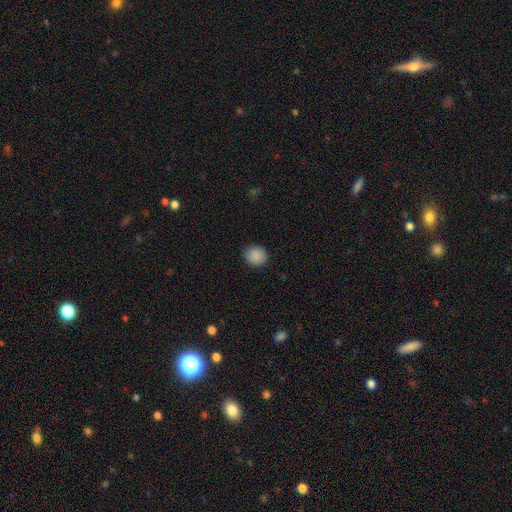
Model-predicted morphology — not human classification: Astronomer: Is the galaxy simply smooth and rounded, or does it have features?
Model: smooth — 89%.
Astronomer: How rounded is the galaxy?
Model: round — 79%.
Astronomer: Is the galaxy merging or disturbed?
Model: none — 87%.